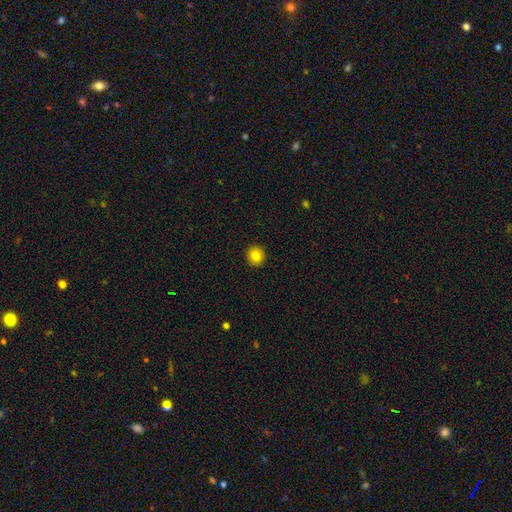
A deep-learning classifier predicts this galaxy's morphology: smooth-or-featured: smooth: 83% | star or artifact: 11% | featured or disk: 7%
  how-rounded: round: 90% | in between: 9% | cigar-shaped: 1%
  merging: none: 93% | minor disturbance: 5% | major disturbance: 2% | merger: 1%